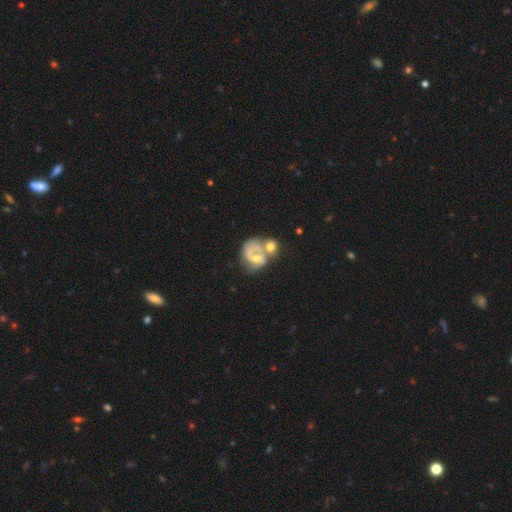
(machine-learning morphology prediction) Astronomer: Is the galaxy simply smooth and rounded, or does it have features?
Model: featured or disk — 62%.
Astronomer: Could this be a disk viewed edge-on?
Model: no — 98%.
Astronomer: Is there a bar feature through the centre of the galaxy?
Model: no — 58%.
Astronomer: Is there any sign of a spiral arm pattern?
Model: yes — 64%.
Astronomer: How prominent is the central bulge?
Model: small — 42% (runner-up: moderate, 41%).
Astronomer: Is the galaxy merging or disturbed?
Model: merger — 50%.